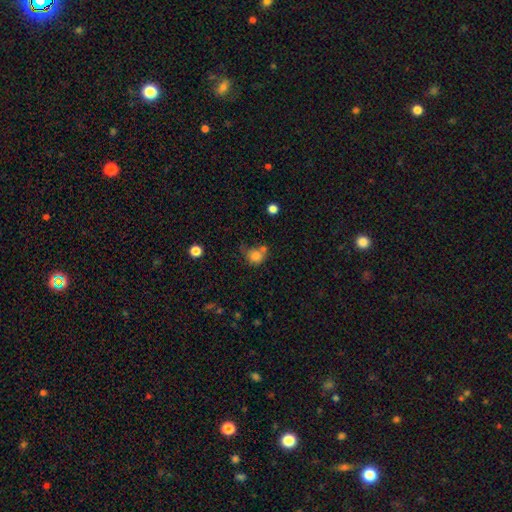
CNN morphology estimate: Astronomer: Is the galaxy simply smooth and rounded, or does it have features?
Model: smooth — 78%.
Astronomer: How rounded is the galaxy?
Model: round — 75%.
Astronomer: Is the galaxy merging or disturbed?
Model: none — 40% (runner-up: merger, 29%).